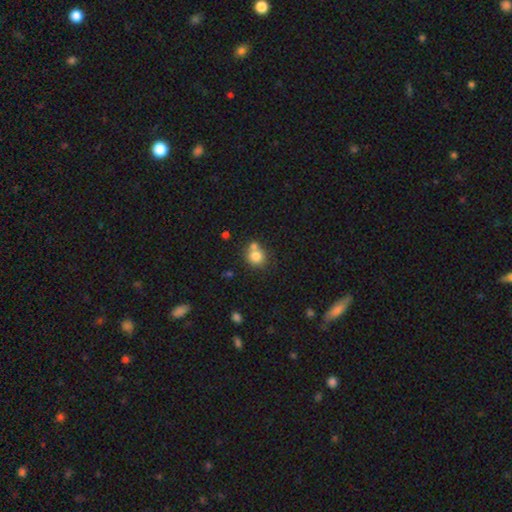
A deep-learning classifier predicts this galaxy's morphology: This appears to be a smooth galaxy with no disk features (80%) that is round (83%). Merging: none (48%).